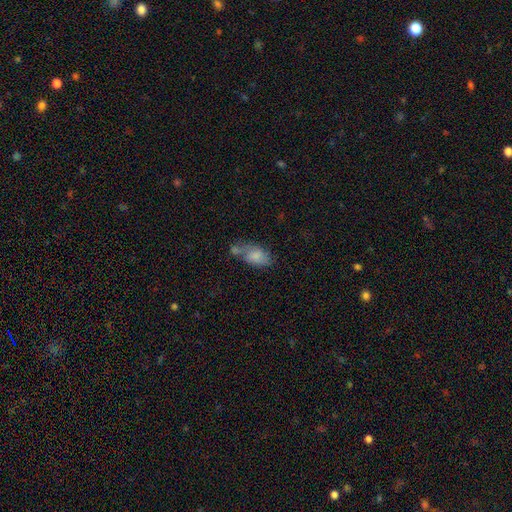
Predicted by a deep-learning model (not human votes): The model was most divided on "merging": none: 36%, merger: 28%, minor disturbance: 24%, major disturbance: 13%. More confident: how rounded — in between (89%); smooth or featured — smooth (71%).